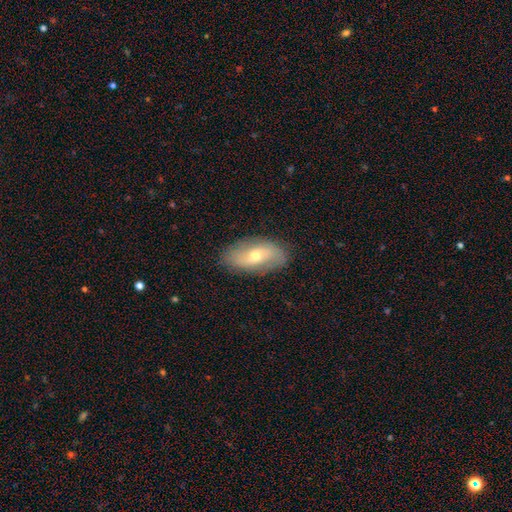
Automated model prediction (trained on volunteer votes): Smooth or featured? featured or disk (52%)
Edge-on disk? no (86%)
Merging? none (84%)